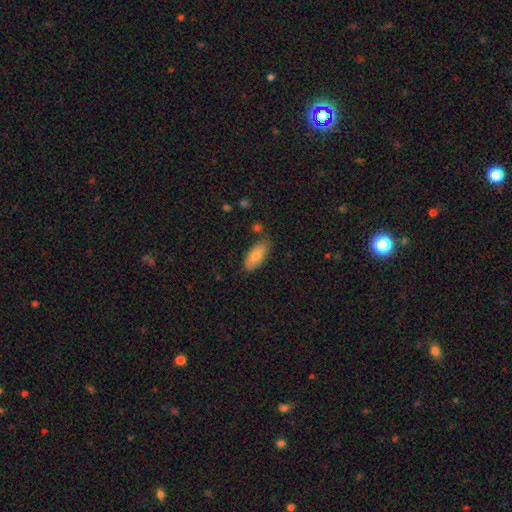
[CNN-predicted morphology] Overall: smooth (80%). How rounded: in between (87%). Merging: none (74%).